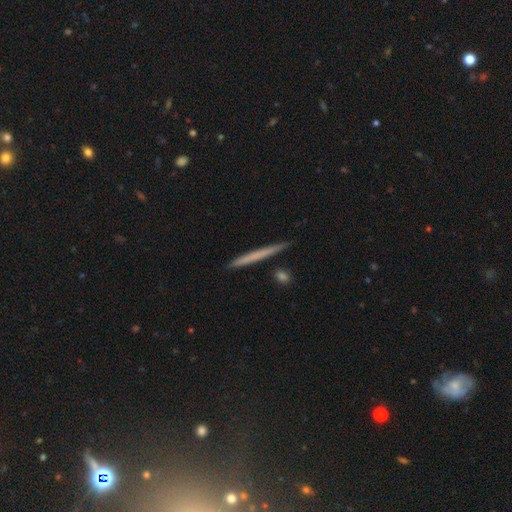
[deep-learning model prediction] A smooth galaxy with no disk features (58%) that is cigar-shaped (97%).

Vote fractions:
- Smooth or featured? smooth: 58% / featured or disk: 37% / star or artifact: 6%
- How rounded? cigar-shaped: 97% / in between: 2% / round: 2%
- Merging? none: 89% / minor disturbance: 7% / merger: 2% / major disturbance: 1%